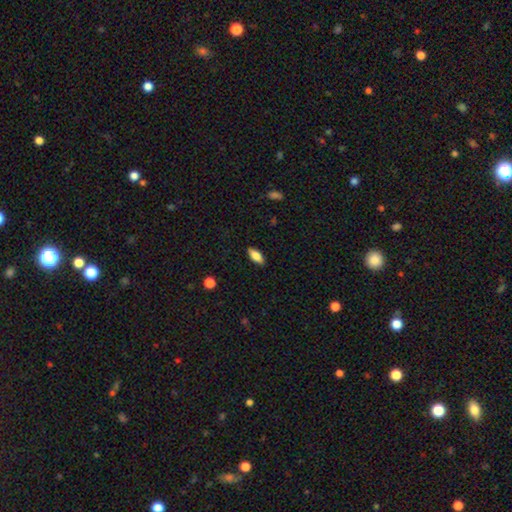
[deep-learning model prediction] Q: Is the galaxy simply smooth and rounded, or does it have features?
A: smooth — 83%.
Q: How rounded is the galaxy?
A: in between — 83%.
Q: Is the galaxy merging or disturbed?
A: none — 88%.